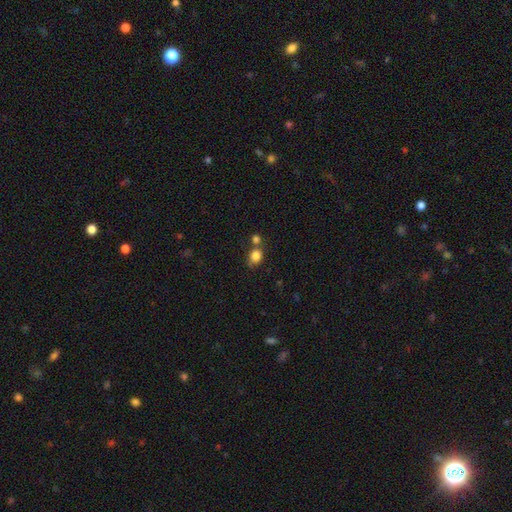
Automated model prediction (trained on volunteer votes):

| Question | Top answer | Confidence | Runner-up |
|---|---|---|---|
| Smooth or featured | smooth | 84% | star or artifact (10%) |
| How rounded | round | 67% | in between (32%) |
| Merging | none | 58% | merger (25%) |